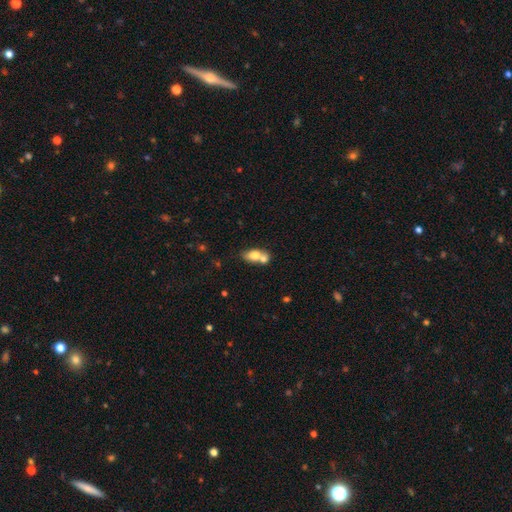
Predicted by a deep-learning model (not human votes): Overall: smooth (73%). How rounded: in between (75%). Merging: merger (61%; none 26%).